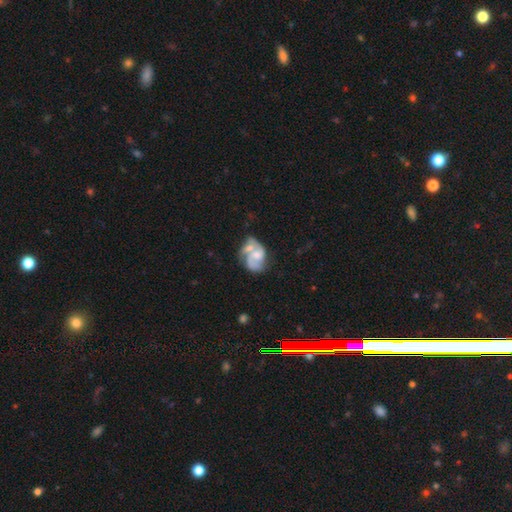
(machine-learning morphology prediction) Smooth or featured?
  - featured or disk: 71% *
  - smooth: 22%
  - star or artifact: 7%
Edge-on disk?
  - no: 98% *
  - yes: 2%
Bar?
  - no: 65% *
  - weak: 30%
  - strong: 6%
Spiral arms?
  - yes: 83% *
  - no: 17%
Spiral winding?
  - medium: 49% *
  - tight: 26%
  - loose: 25%
Spiral arm count?
  - 2: 66% *
  - can't tell: 12%
  - 3: 11%
  - 1: 7%
  - 4: 2%
  - more than 4: 2%
Bulge size?
  - moderate: 44% *
  - small: 31%
  - none: 15%
  - large: 8%
  - dominant: 2%
Merging?
  - merger: 38% *
  - none: 27%
  - minor disturbance: 18%
  - major disturbance: 17%